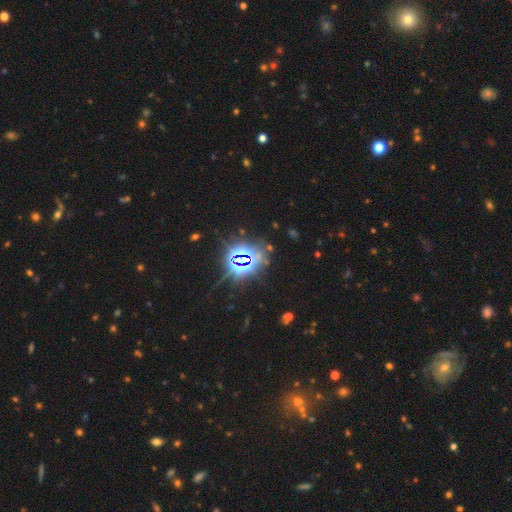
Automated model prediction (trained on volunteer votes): Smooth or featured?
  - star or artifact: 82% *
  - smooth: 10%
  - featured or disk: 8%